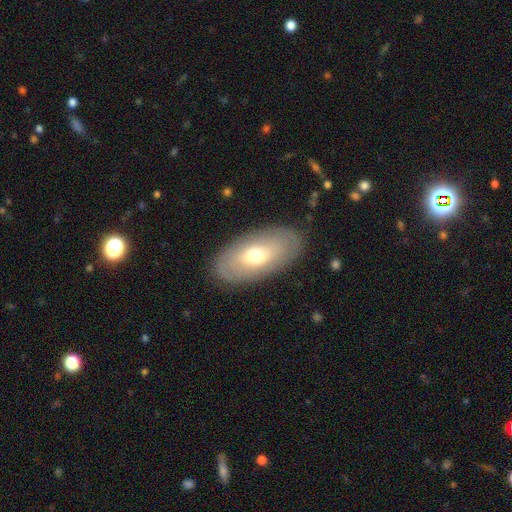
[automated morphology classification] Smooth or featured?
  - smooth: 52% *
  - featured or disk: 41%
  - star or artifact: 7%
How rounded?
  - in between: 92% *
  - cigar-shaped: 4%
  - round: 4%
Merging?
  - none: 85% *
  - minor disturbance: 11%
  - major disturbance: 3%
  - merger: 1%